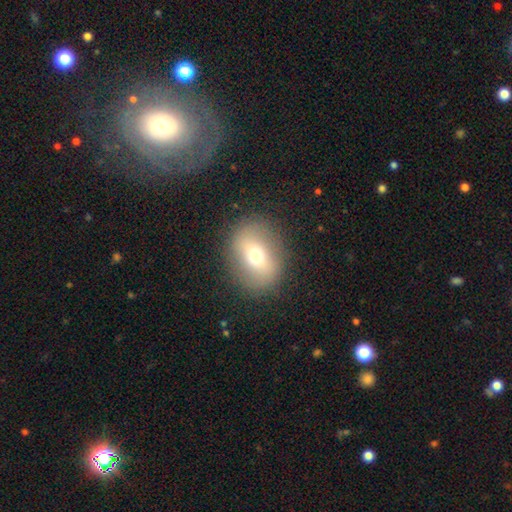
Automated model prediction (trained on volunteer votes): smooth-or-featured: smooth: 60% | featured or disk: 29% | star or artifact: 11%
  how-rounded: round: 54% | in between: 44% | cigar-shaped: 2%
  merging: none: 86% | minor disturbance: 9% | major disturbance: 4% | merger: 1%